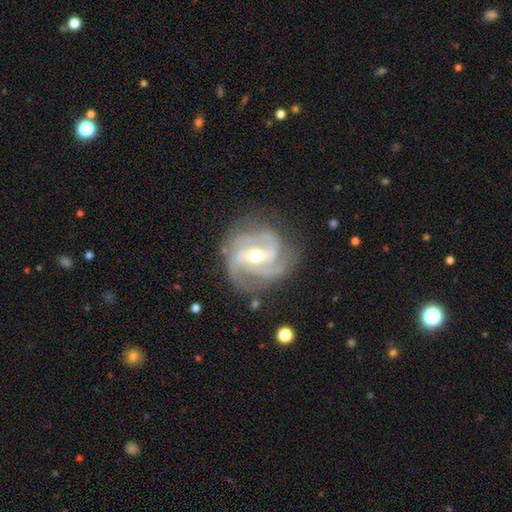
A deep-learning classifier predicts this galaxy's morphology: Smooth or featured? Predicted: featured or disk (p=0.92). Edge-on disk? Predicted: no (p=0.98). Bar? Predicted: strong (p=0.43). Spiral arms? Predicted: yes (p=0.98). Spiral winding? Predicted: medium (p=0.50). Spiral arm count? Predicted: 3 (p=0.60). Bulge size? Predicted: moderate (p=0.56). Merging? Predicted: none (p=0.75).